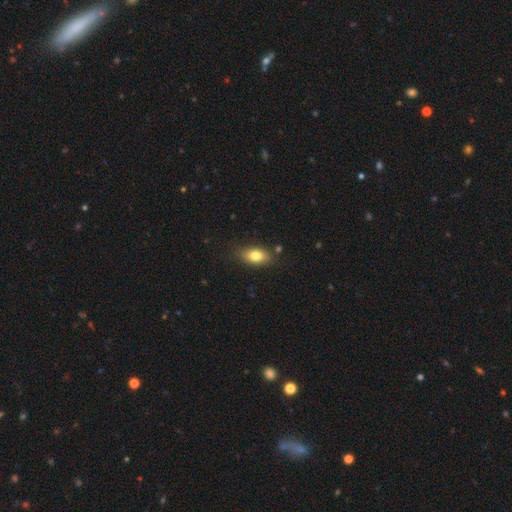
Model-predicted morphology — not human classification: Overall: smooth (78%). How rounded: in between (85%). Merging: none (82%).